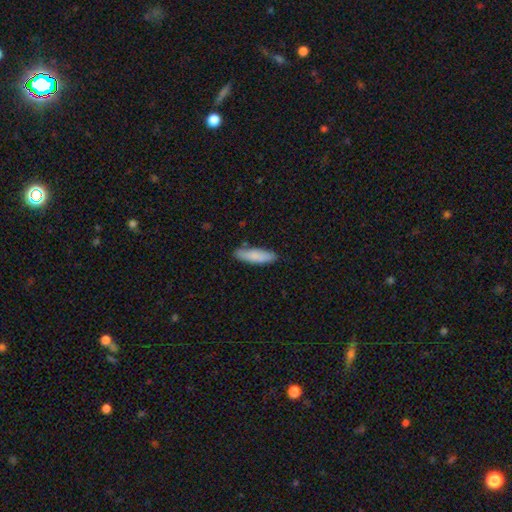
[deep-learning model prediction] smooth-or-featured: smooth: 84% | featured or disk: 11% | star or artifact: 6%
  how-rounded: cigar-shaped: 64% | in between: 35% | round: 1%
  merging: none: 82% | minor disturbance: 14% | major disturbance: 2% | merger: 2%